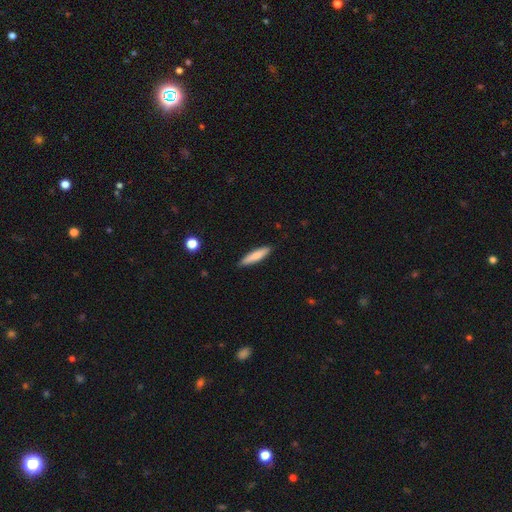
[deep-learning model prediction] smooth 75%, featured or disk 19%, star or artifact 6%. Down the decision tree: how rounded — cigar-shaped (83%); merging — none (88%).